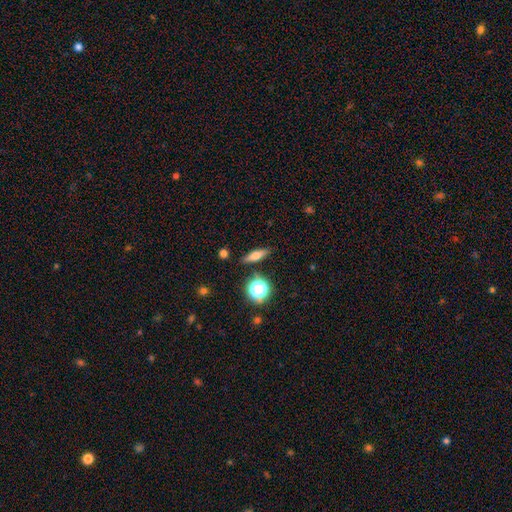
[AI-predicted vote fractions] smooth-or-featured: smooth: 57% | featured or disk: 31% | star or artifact: 13%
  how-rounded: cigar-shaped: 56% | in between: 33% | round: 12%
  merging: none: 85% | minor disturbance: 9% | merger: 3% | major disturbance: 3%